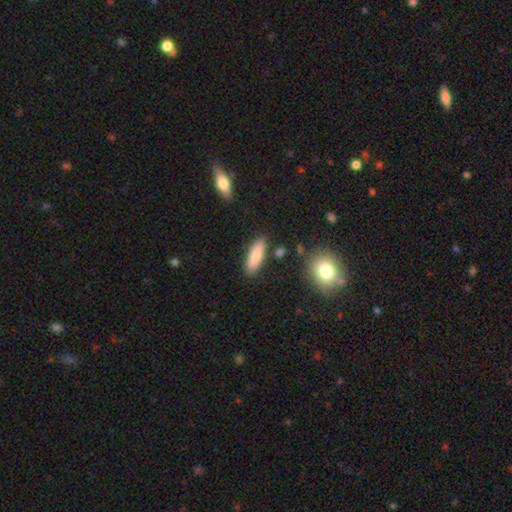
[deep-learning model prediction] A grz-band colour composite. It shows a smooth galaxy with no disk features (83%) that is in between round and cigar-shaped (52%). Merging: none (85%).